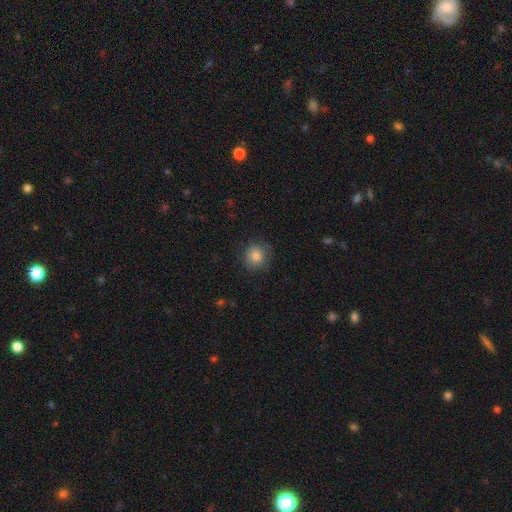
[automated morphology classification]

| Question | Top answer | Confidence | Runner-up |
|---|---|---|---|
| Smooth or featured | smooth | 83% | star or artifact (10%) |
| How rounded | round | 90% | in between (10%) |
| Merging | none | 83% | minor disturbance (13%) |